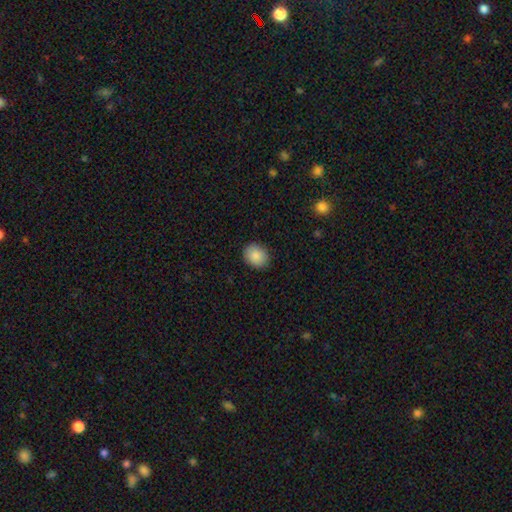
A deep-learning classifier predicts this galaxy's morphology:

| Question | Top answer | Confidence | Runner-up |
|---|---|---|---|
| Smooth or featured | smooth | 88% | star or artifact (7%) |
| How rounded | round | 56% | in between (44%) |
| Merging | none | 89% | minor disturbance (8%) |